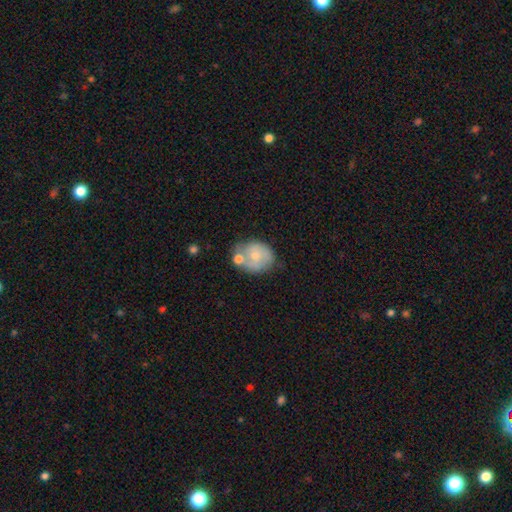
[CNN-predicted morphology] Smooth or featured?
  - smooth: 55% *
  - featured or disk: 38%
  - star or artifact: 7%
How rounded?
  - round: 63% *
  - in between: 36%
  - cigar-shaped: 1%
Merging?
  - none: 44% *
  - merger: 27%
  - minor disturbance: 22%
  - major disturbance: 7%